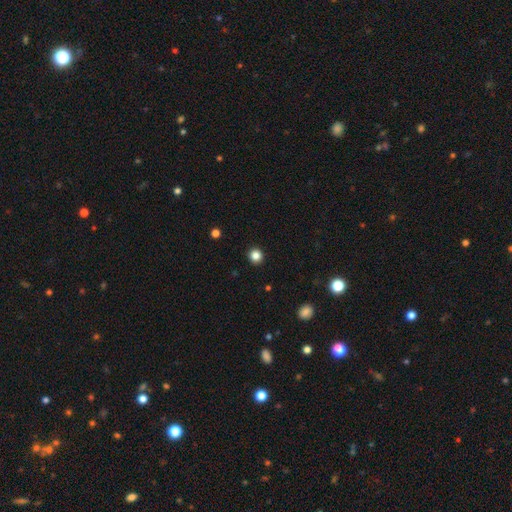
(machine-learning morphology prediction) Smooth or featured? Predicted: smooth (p=0.84). How rounded? Predicted: round (p=0.94). Merging? Predicted: none (p=0.93).